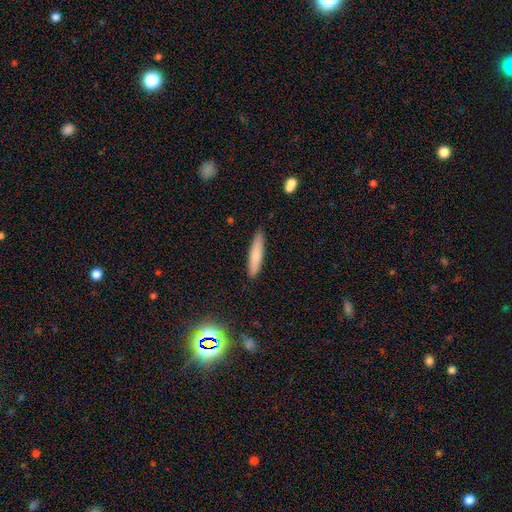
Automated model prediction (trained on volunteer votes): Morphology: type=smooth (77%); roundness=cigar-shaped (85%); merging=none (85%).